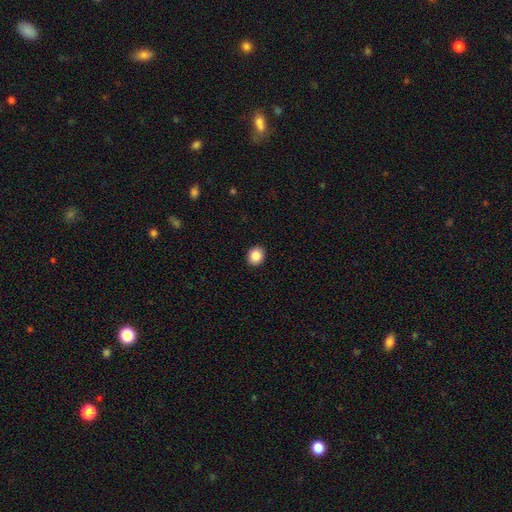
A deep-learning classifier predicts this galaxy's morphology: Overall: smooth (86%). How rounded: round (75%). Merging: none (92%).